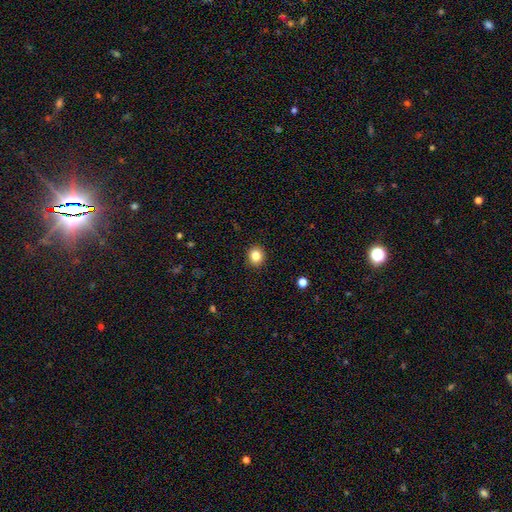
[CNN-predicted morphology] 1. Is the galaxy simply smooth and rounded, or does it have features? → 83% smooth, 11% star or artifact, 6% featured or disk.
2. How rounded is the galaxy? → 84% round, 15% in between, 1% cigar-shaped.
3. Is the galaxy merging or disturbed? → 92% none, 5% minor disturbance, 2% major disturbance, 1% merger.